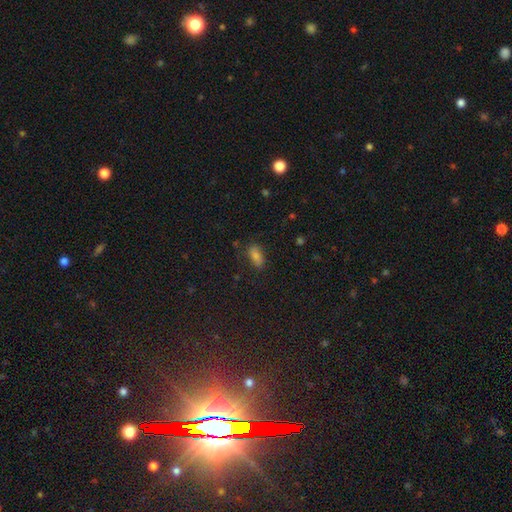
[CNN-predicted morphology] Smooth or featured? Predicted: smooth (p=0.69). How rounded? Predicted: in between (p=0.83). Merging? Predicted: none (p=0.78).